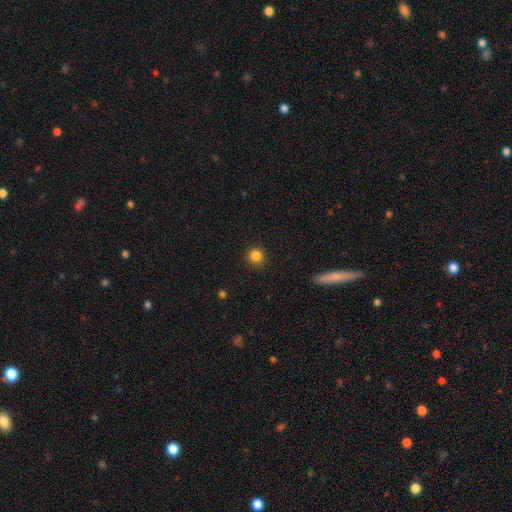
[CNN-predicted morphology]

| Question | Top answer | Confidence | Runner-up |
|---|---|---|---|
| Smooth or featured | smooth | 85% | star or artifact (11%) |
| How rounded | round | 92% | in between (7%) |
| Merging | none | 90% | minor disturbance (7%) |